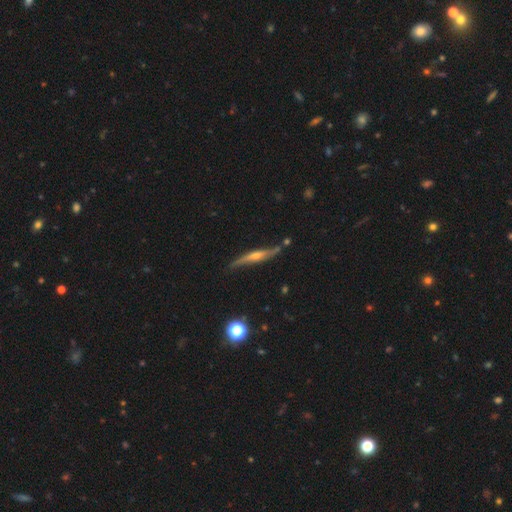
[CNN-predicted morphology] smooth-or-featured: featured or disk: 72% | smooth: 21% | star or artifact: 7%
  disk-edge-on: yes: 88% | no: 12%
    edge-on-bulge: rounded: 75% | none: 17% | boxy: 8%
  merging: none: 72% | minor disturbance: 19% | merger: 5% | major disturbance: 4%